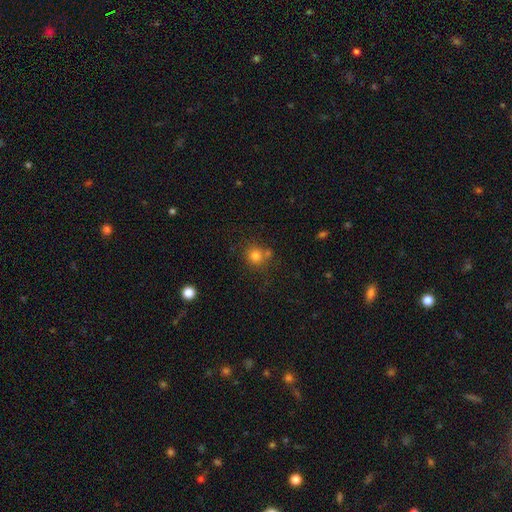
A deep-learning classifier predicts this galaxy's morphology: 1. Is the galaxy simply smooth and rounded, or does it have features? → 79% smooth, 13% star or artifact, 8% featured or disk.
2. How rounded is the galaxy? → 89% round, 10% in between, 1% cigar-shaped.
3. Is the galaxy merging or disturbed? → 66% none, 17% merger, 12% minor disturbance, 4% major disturbance.